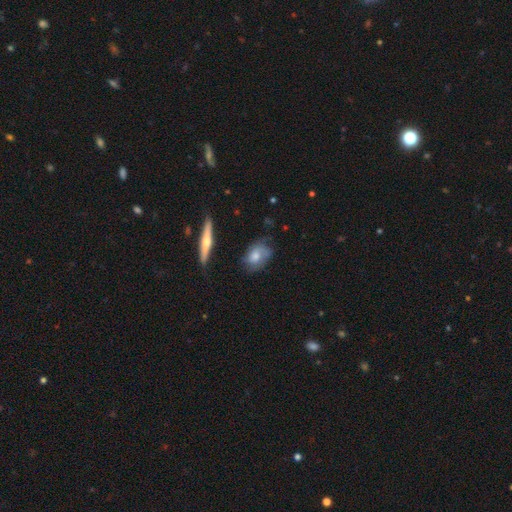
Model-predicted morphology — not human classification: This is possibly a smooth galaxy (48%). Merging: possibly none (57%).